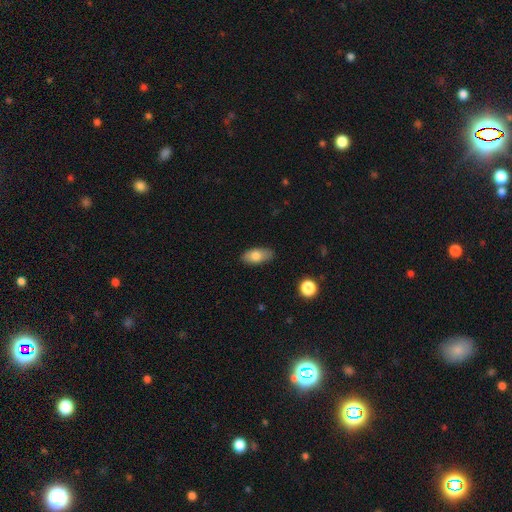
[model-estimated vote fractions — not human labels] Smooth or featured? Predicted: smooth (p=0.78). How rounded? Predicted: in between (p=0.89). Merging? Predicted: none (p=0.84).